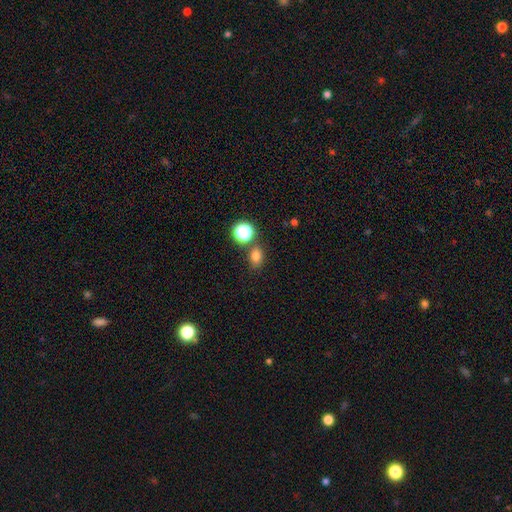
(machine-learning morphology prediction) The model was most divided on "how rounded": in between: 59%, round: 39%, cigar-shaped: 2%. More confident: merging — none (76%); smooth or featured — smooth (75%).